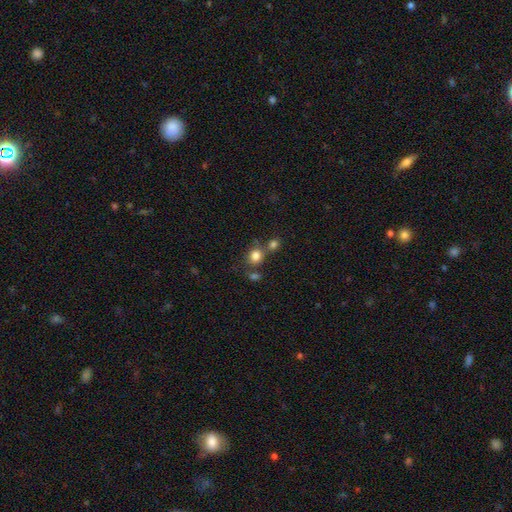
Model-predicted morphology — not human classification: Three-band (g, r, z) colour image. It shows a smooth galaxy with no disk features (81%) that is round (74%). Merging: none (59%).